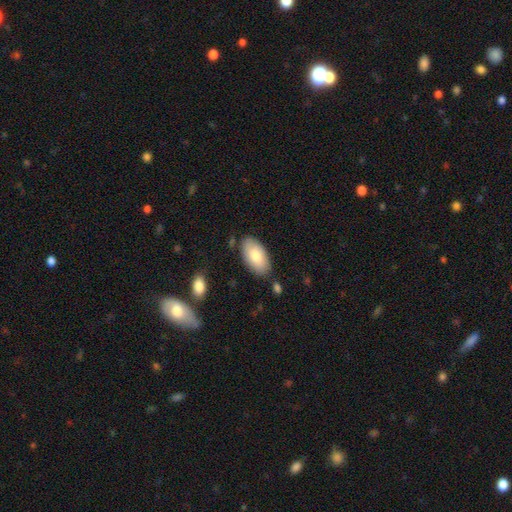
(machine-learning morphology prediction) type=smooth (80%); roundness=in between (95%); merging=none (80%).